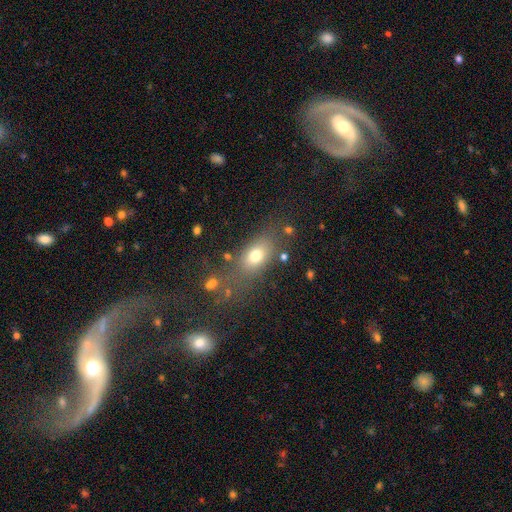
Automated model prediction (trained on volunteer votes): Smooth or featured? Predicted: smooth (p=0.73). How rounded? Predicted: in between (p=0.75). Merging? Predicted: none (p=0.63).